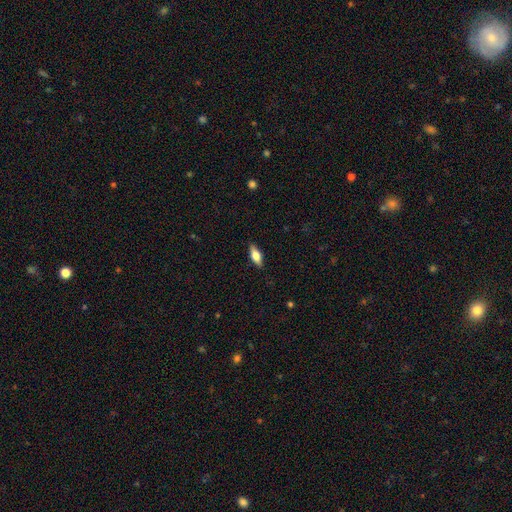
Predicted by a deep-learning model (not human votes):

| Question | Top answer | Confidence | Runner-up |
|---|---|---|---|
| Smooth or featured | smooth | 63% | featured or disk (30%) |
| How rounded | in between | 74% | cigar-shaped (22%) |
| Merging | none | 87% | minor disturbance (10%) |